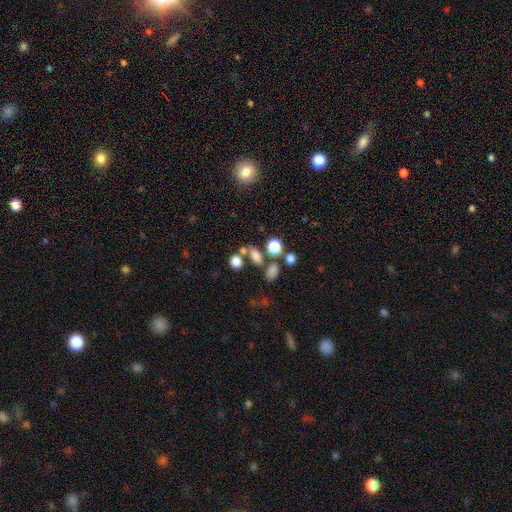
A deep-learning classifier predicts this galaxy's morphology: Smooth or featured? Predicted: smooth (p=0.74). How rounded? Predicted: in between (p=0.68). Merging? Predicted: none (p=0.59).